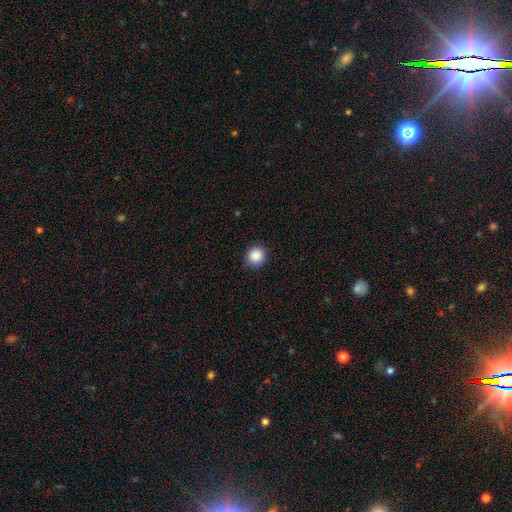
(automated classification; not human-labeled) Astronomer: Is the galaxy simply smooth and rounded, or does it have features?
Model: smooth — 88%.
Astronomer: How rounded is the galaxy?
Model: round — 90%.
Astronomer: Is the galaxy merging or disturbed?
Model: none — 89%.